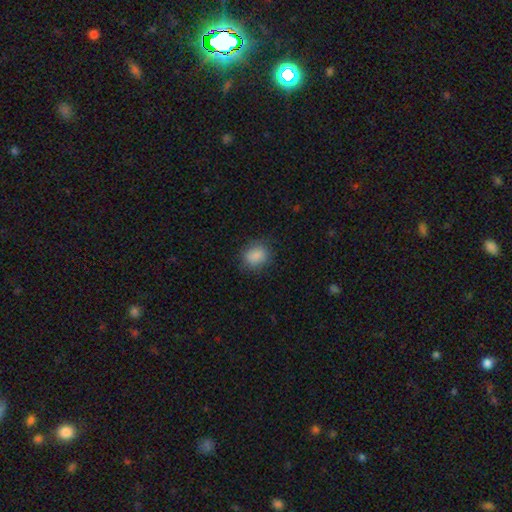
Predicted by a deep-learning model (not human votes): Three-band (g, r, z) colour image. It shows a smooth galaxy with no disk features (87%) that is round (57%). Merging: none (81%).